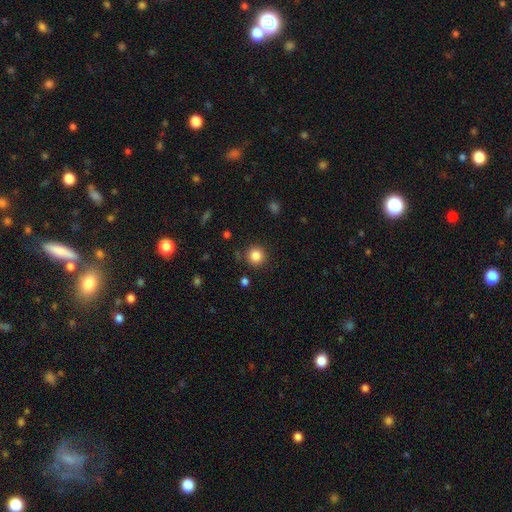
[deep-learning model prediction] Smooth or featured?
  - smooth: 84% *
  - star or artifact: 11%
  - featured or disk: 4%
How rounded?
  - round: 94% *
  - in between: 5%
  - cigar-shaped: 1%
Merging?
  - none: 88% *
  - minor disturbance: 7%
  - major disturbance: 3%
  - merger: 2%